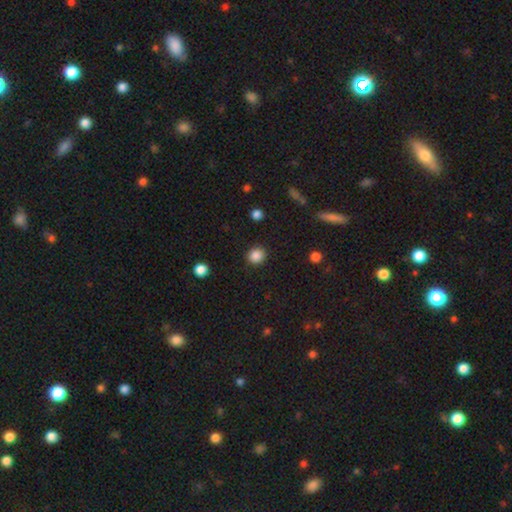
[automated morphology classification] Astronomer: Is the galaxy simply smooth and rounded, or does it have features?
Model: smooth — 86%.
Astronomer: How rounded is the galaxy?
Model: round — 86%.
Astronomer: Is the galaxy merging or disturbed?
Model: none — 89%.